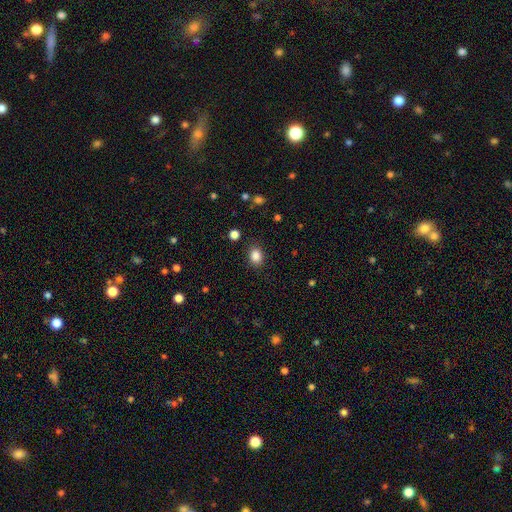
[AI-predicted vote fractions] Q: Smooth or featured?
A: smooth (86%); runner-up: star or artifact (10%)
Q: How rounded?
A: in between (50%); runner-up: round (49%)
Q: Merging?
A: none (86%); runner-up: minor disturbance (10%)